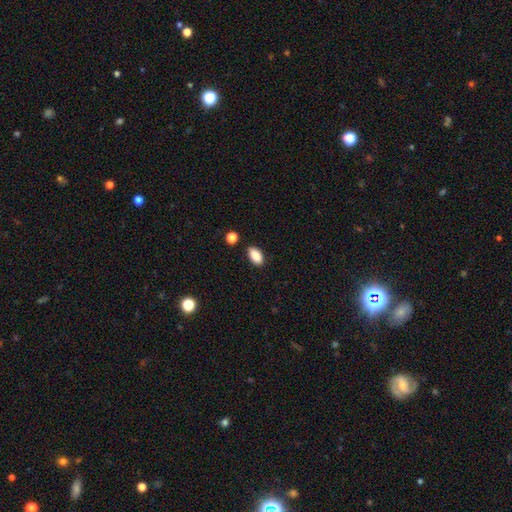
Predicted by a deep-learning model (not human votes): A smooth galaxy with no disk features (87%) that is in between round and cigar-shaped (91%). Merging: none (85%).